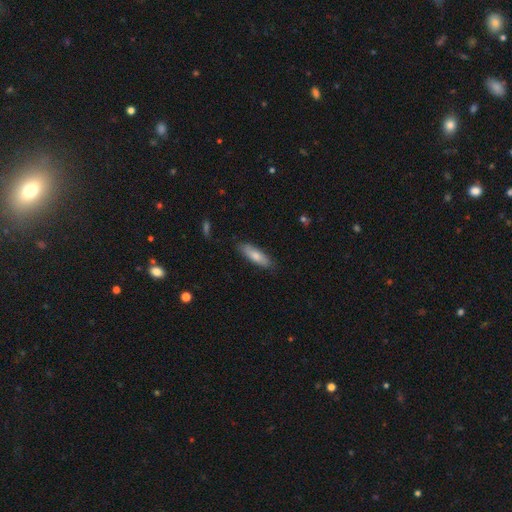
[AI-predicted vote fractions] Morphology: type=smooth (77%); roundness=cigar-shaped (55%); merging=none (84%).